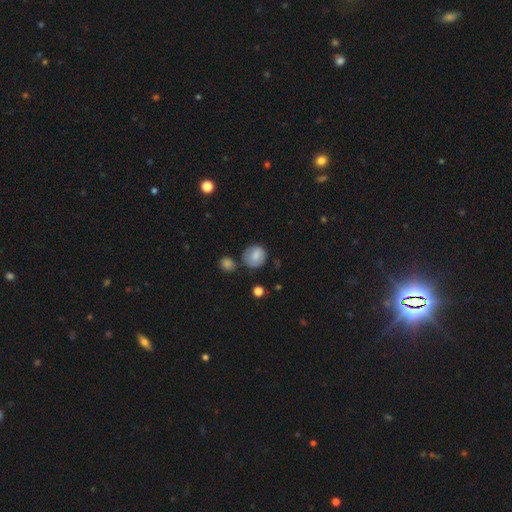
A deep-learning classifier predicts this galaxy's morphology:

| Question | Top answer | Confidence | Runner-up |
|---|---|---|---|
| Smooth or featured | smooth | 77% | featured or disk (15%) |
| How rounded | round | 78% | in between (21%) |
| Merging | none | 64% | minor disturbance (21%) |